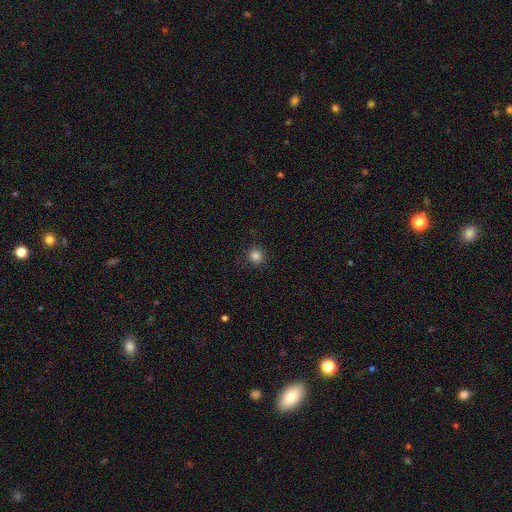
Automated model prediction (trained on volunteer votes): Overall: smooth (83%). How rounded: round (94%). Merging: none (89%).